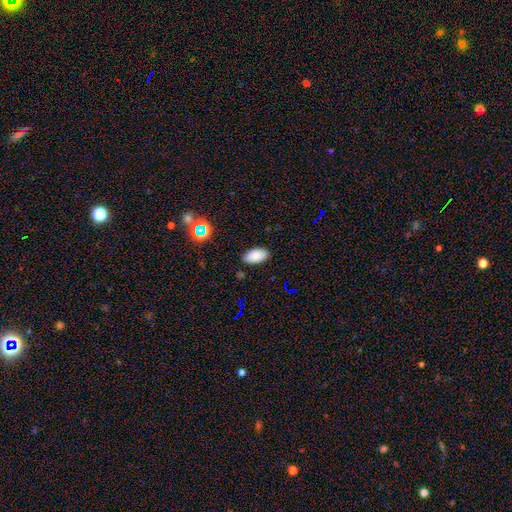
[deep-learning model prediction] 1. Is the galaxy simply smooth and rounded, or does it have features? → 85% smooth, 10% star or artifact, 5% featured or disk.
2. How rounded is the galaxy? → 94% in between, 3% round, 3% cigar-shaped.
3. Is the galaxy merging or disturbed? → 86% none, 10% minor disturbance, 2% major disturbance, 1% merger.